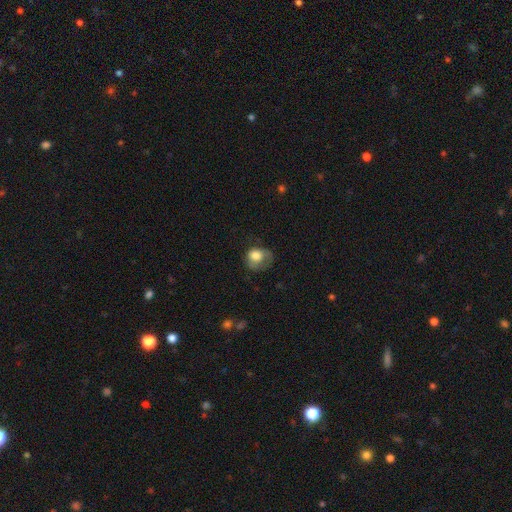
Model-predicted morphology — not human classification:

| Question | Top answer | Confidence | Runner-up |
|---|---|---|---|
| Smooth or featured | smooth | 74% | featured or disk (18%) |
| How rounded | round | 63% | in between (36%) |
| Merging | none | 36% | minor disturbance (31%) |